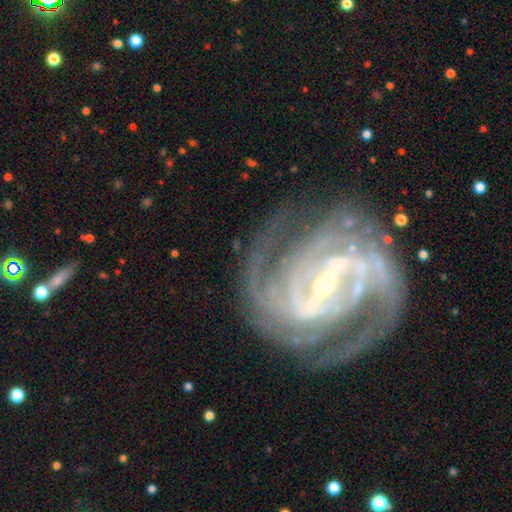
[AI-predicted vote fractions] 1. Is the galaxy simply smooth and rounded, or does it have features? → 92% featured or disk, 5% star or artifact, 3% smooth.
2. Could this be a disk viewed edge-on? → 97% no, 3% yes.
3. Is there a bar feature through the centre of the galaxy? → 74% strong, 20% weak, 6% no.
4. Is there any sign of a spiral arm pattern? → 98% yes, 2% no.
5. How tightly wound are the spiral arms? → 54% tight, 39% medium, 7% loose.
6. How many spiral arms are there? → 34% 2, 21% 3, 16% 4, 13% can't tell, 8% more than 4, 7% 1.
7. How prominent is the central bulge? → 80% small, 16% moderate, 2% large, 1% none, 1% dominant.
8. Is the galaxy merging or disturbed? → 72% none, 15% minor disturbance, 10% major disturbance, 3% merger.